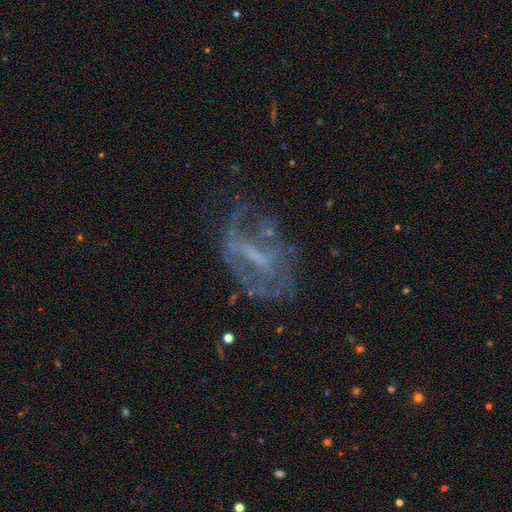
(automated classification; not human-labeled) Morphology: type=featured or disk (69%); edge-on=no (94%); bar=weak (38%); spiral arms=no (53%); bulge=none (49%); merging=none (41%).